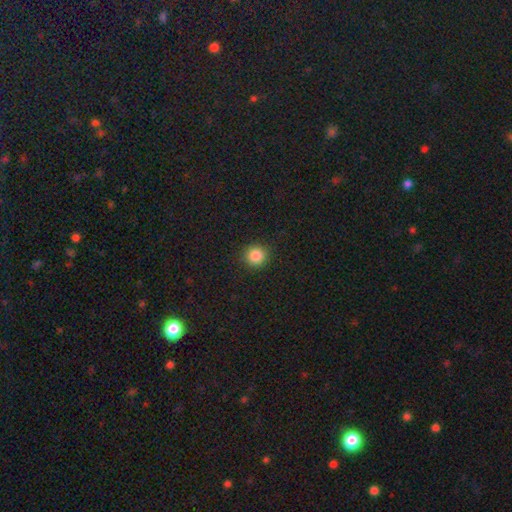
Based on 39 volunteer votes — Overall: smooth (95%). How rounded: round (100%). Merging: none (92%).